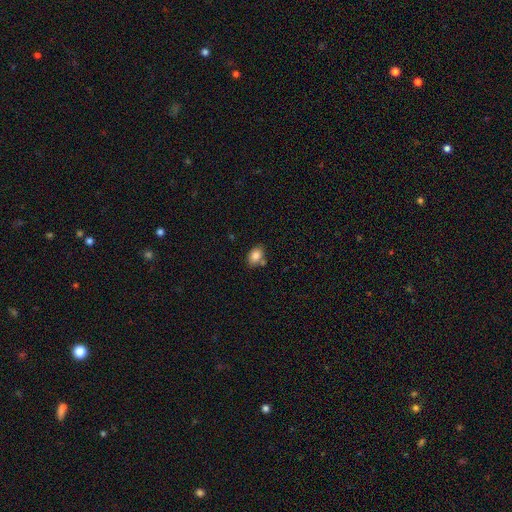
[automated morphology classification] Smooth or featured?
  - smooth: 84% *
  - star or artifact: 9%
  - featured or disk: 8%
How rounded?
  - in between: 73% *
  - round: 26%
  - cigar-shaped: 1%
Merging?
  - none: 69% *
  - minor disturbance: 15%
  - merger: 12%
  - major disturbance: 3%